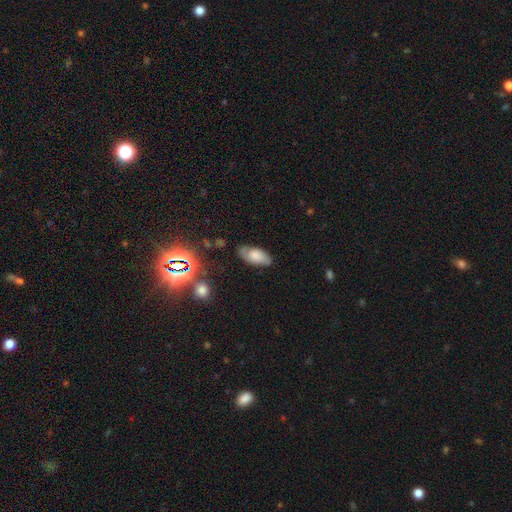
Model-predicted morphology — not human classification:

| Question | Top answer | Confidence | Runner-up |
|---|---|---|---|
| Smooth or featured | smooth | 62% | featured or disk (28%) |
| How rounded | in between | 90% | cigar-shaped (7%) |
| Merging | none | 72% | minor disturbance (20%) |